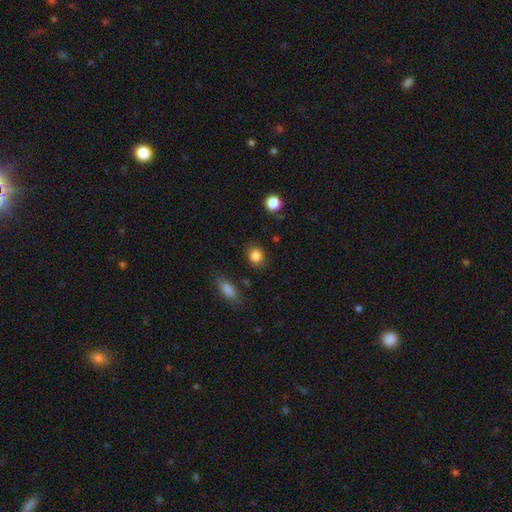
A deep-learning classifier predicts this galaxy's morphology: smooth 86%, star or artifact 10%, featured or disk 4%. Down the decision tree: how rounded — round (76%); merging — none (85%).